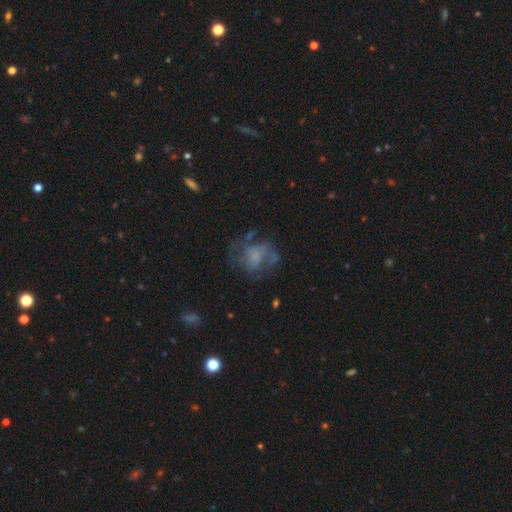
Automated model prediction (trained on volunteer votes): Smooth or featured: featured or disk — 54% (smooth — 34%)
Edge-on disk: no — 98% (yes — 2%)
Bar: no — 77% (weak — 19%)
Spiral arms: yes — 55% (no — 45%)
Bulge size: none — 44% (small — 22%)
Merging: none — 50% (major disturbance — 26%)